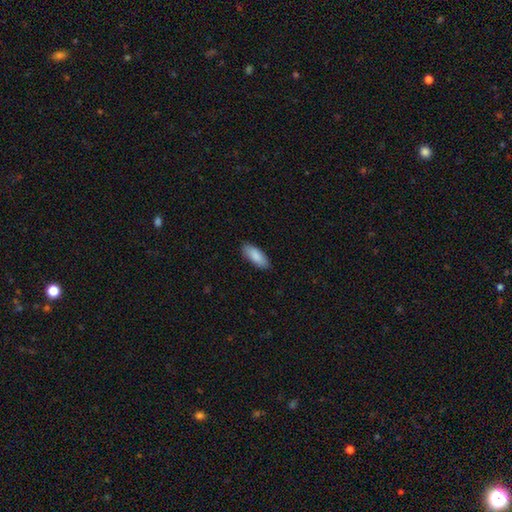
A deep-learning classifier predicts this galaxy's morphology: This is clearly a smooth galaxy (89%). How rounded: likely in between (79%). Merging: clearly none (87%).